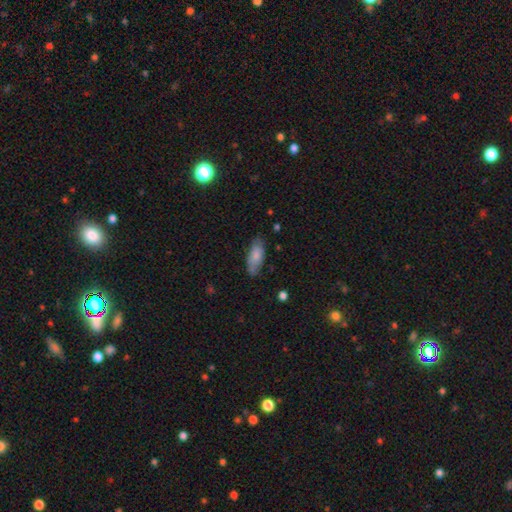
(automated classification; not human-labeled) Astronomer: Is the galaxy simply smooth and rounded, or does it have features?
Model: smooth — 79%.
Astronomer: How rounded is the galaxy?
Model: in between — 79%.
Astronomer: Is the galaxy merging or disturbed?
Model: none — 72%.